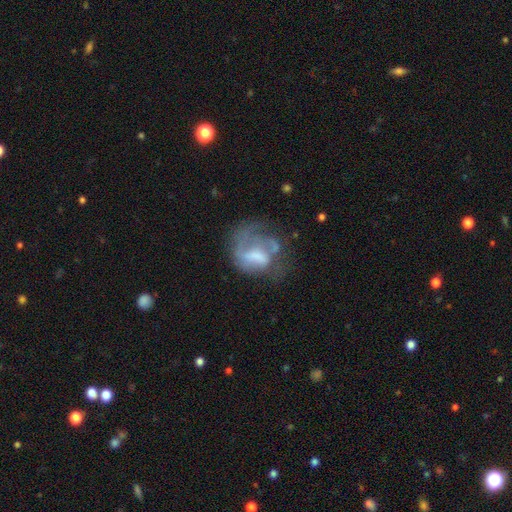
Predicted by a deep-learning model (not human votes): Morphology: type=featured or disk (56%); edge-on=no (97%); bar=no (46%); spiral arms=no (55%); bulge=moderate (34%); merging=major disturbance (42%).